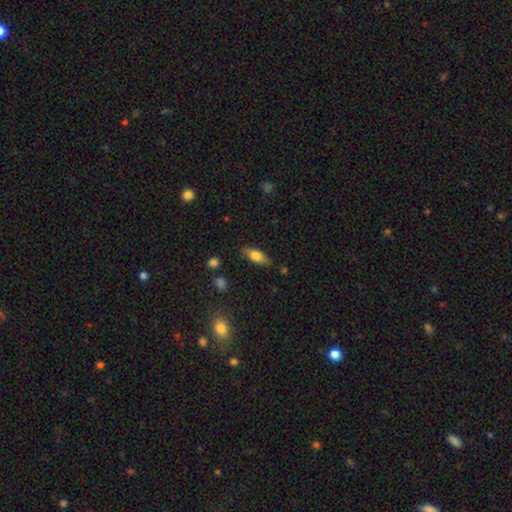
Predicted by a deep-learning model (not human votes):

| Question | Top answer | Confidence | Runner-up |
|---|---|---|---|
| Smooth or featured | smooth | 71% | featured or disk (22%) |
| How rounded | in between | 77% | cigar-shaped (20%) |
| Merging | none | 80% | minor disturbance (15%) |